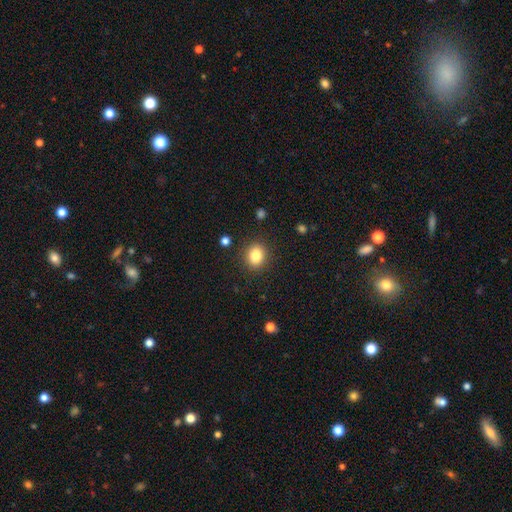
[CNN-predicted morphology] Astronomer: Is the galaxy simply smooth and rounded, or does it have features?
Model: smooth — 84%.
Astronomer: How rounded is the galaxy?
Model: round — 58% (runner-up: in between, 41%).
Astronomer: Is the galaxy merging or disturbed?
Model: none — 88%.